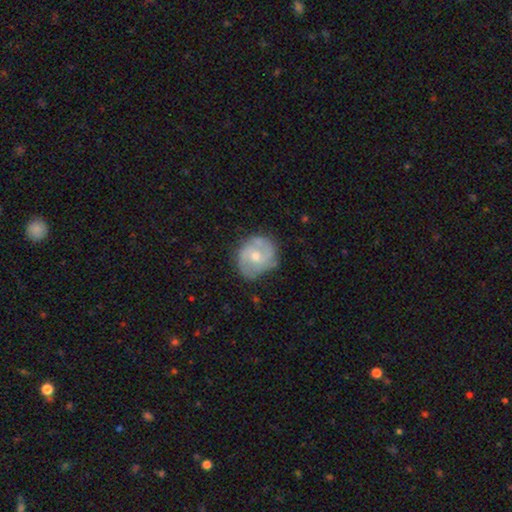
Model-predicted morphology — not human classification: featured or disk 71%, smooth 23%, star or artifact 6%. Down the decision tree: edge-on disk — no (98%); bar — no (66%); spiral arms — yes (89%); spiral arm count — 2 (47%); spiral winding — medium (46%); bulge size — moderate (53%); merging — none (69%).